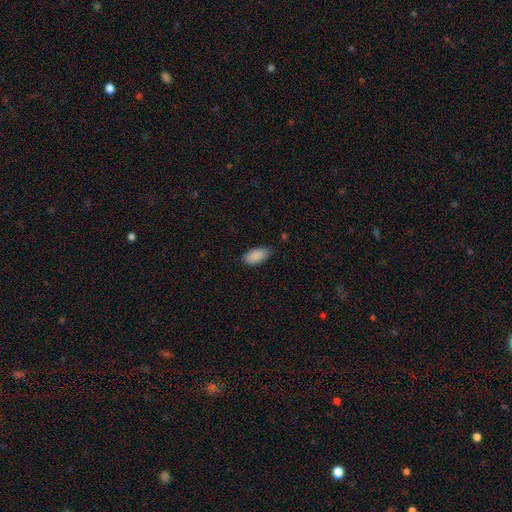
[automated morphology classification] smooth_or_featured: smooth (p=0.89) [alt: star or artifact p=0.07]
how_rounded: in between (p=0.93) [alt: cigar-shaped p=0.04]
merging: none (p=0.73) [alt: minor disturbance p=0.22]